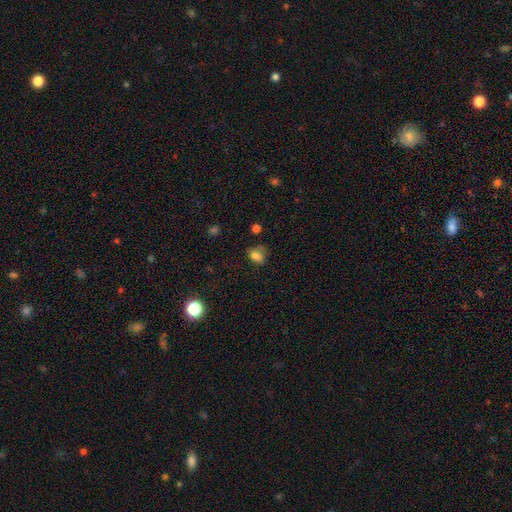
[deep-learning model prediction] This is likely a smooth galaxy (68%). How rounded: likely in between (61%). Merging: marginally none (40%).